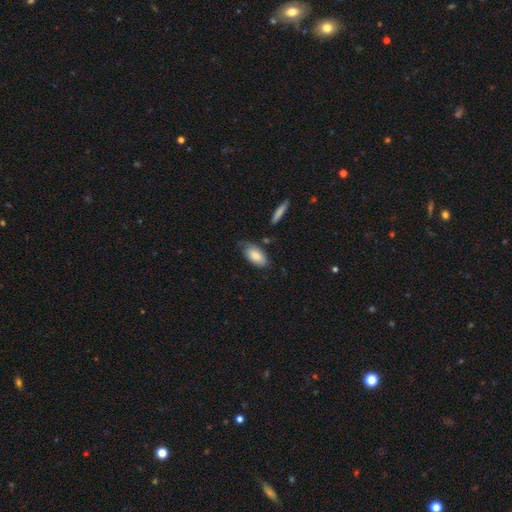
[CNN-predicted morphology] smooth_or_featured: smooth (p=0.79) [alt: featured or disk p=0.14]
how_rounded: in between (p=0.92) [alt: cigar-shaped p=0.06]
merging: none (p=0.58) [alt: minor disturbance p=0.29]